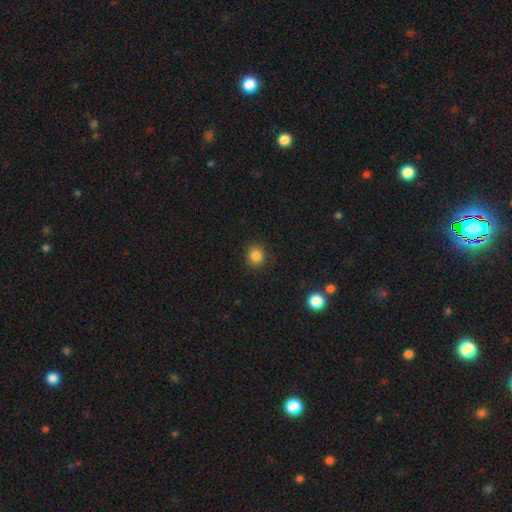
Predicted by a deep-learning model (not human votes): This appears to be a smooth galaxy with no disk features (84%) that is round (87%). Merging: none (89%).